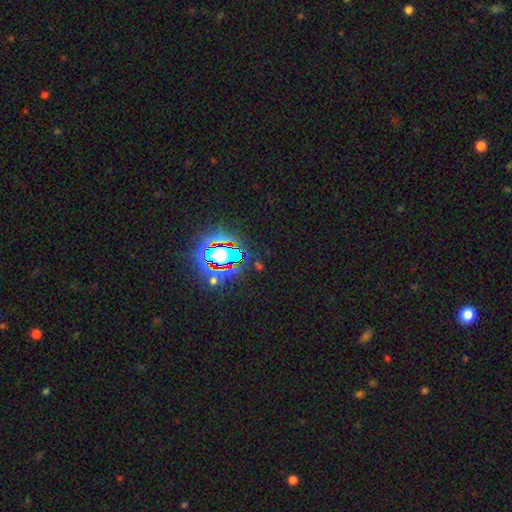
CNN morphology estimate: Q: Smooth or featured?
A: star or artifact (80%); runner-up: smooth (12%)